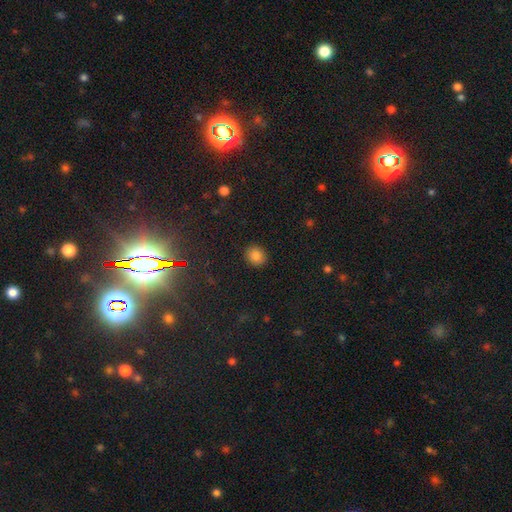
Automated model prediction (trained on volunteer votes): A smooth galaxy with no disk features (83%) that is round (70%).

Vote fractions:
- Smooth or featured? smooth: 83% / star or artifact: 11% / featured or disk: 5%
- How rounded? round: 70% / in between: 29% / cigar-shaped: 1%
- Merging? none: 89% / minor disturbance: 8% / major disturbance: 2% / merger: 1%